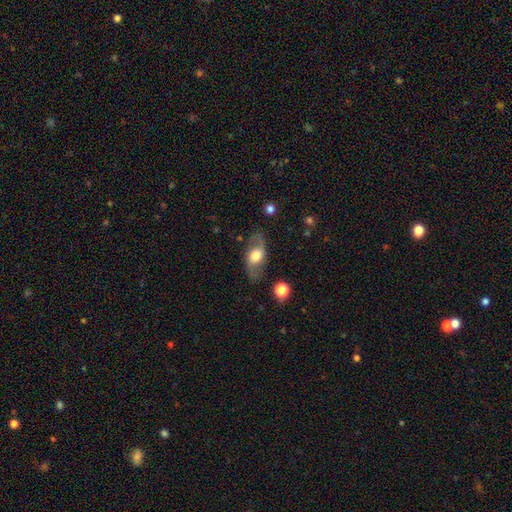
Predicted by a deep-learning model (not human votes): Overall: featured or disk (49%; smooth 44%). Merging: none (76%).